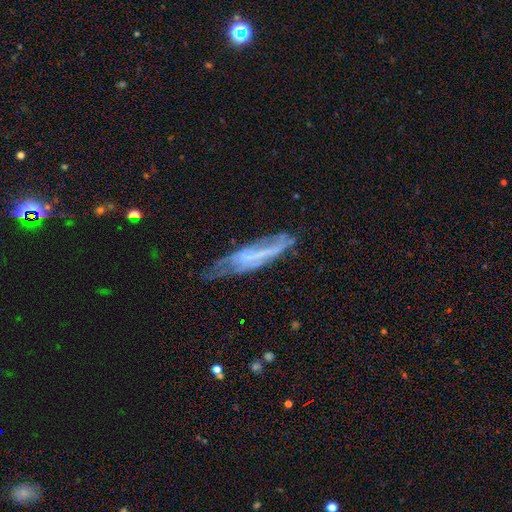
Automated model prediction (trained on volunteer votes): Morphology: type=featured or disk (63%); edge-on=no (50%, tied with yes); merging=none (50%).